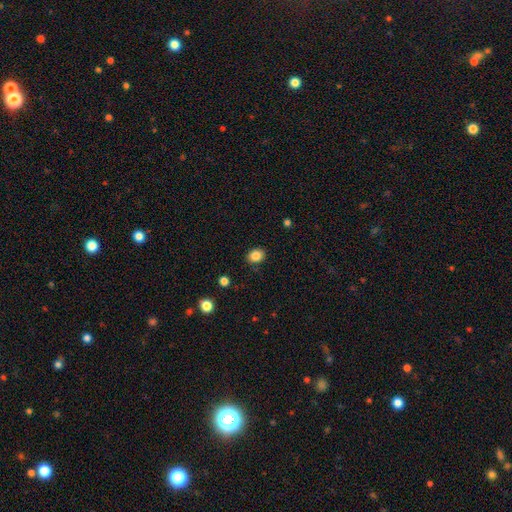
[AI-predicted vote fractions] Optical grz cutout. It shows a smooth galaxy with no disk features (85%) that is round (52%). Merging: none (88%).